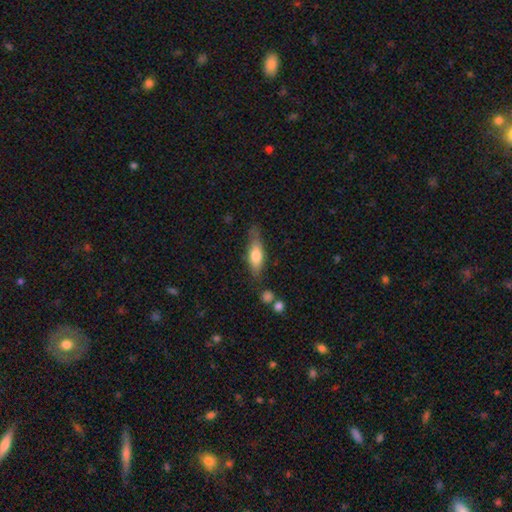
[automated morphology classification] type=smooth (67%); roundness=in between (51%); merging=none (67%).